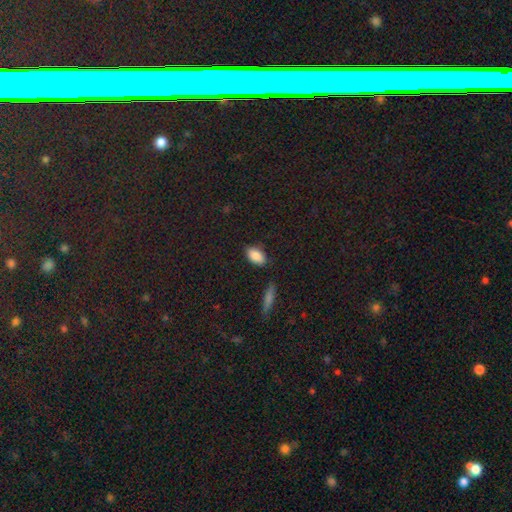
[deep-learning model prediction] A smooth galaxy with no disk features (87%) that is in between round and cigar-shaped (92%). Merging: none (82%).